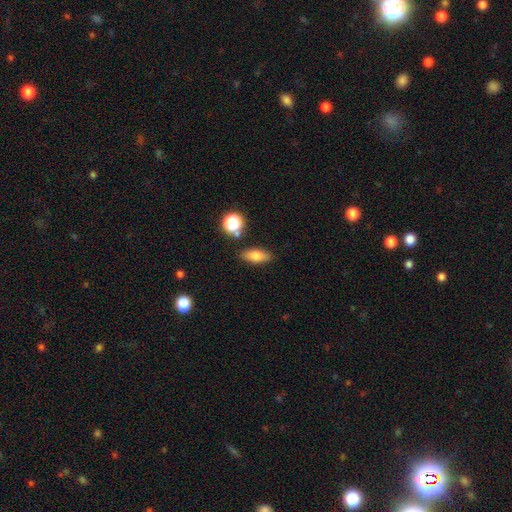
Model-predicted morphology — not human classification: type=smooth (76%); roundness=in between (75%); merging=none (82%).